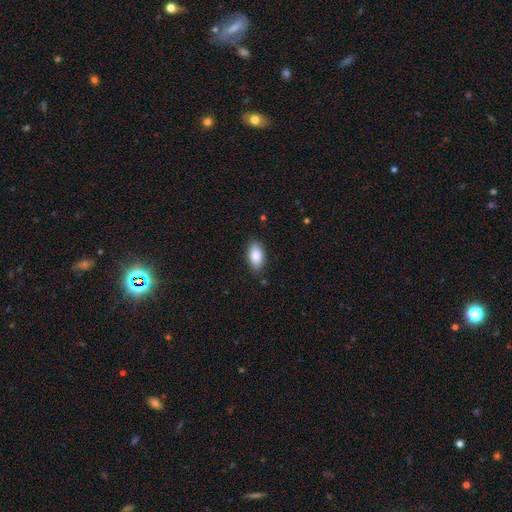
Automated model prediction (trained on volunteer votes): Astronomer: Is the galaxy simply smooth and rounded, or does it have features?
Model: smooth — 86%.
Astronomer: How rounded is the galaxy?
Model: in between — 93%.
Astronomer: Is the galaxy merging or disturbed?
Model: none — 84%.